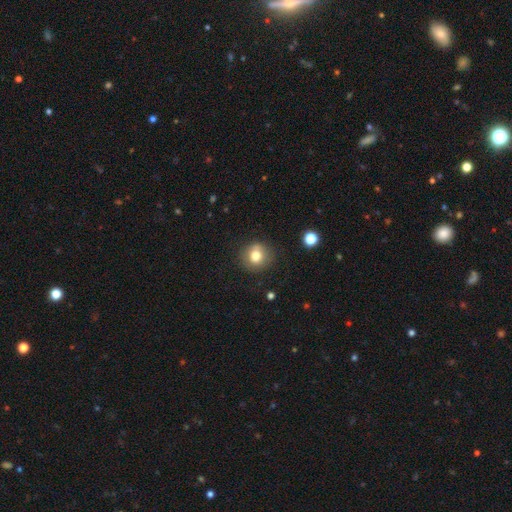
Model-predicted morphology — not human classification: smooth-or-featured: smooth: 77% | featured or disk: 11% | star or artifact: 11%
  how-rounded: round: 88% | in between: 11% | cigar-shaped: 1%
  merging: none: 82% | minor disturbance: 12% | major disturbance: 4% | merger: 2%